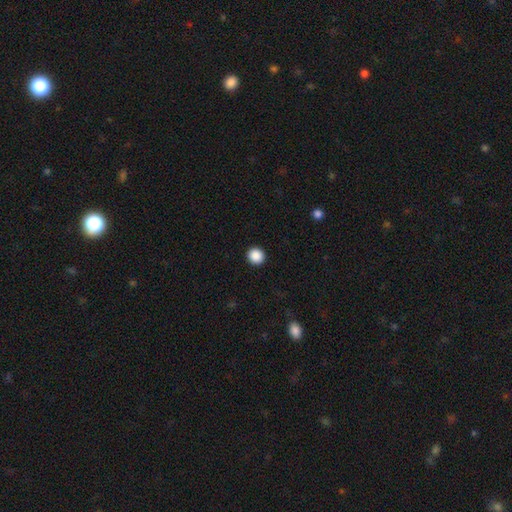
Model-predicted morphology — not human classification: Overall: smooth (89%). How rounded: round (93%). Merging: none (93%).